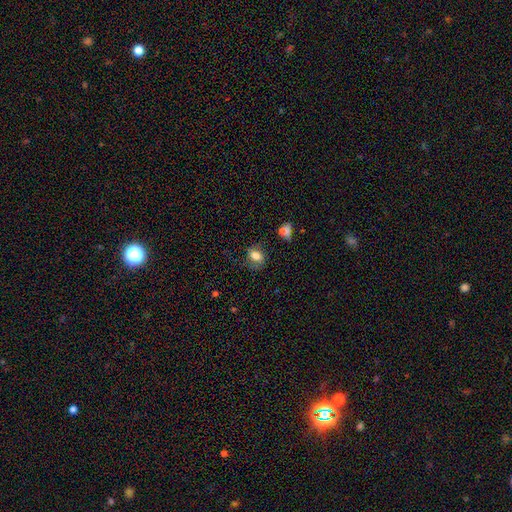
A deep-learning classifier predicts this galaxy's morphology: The model was most divided on "how rounded": in between: 63%, round: 36%, cigar-shaped: 2%. More confident: smooth or featured — smooth (73%); merging — none (57%).